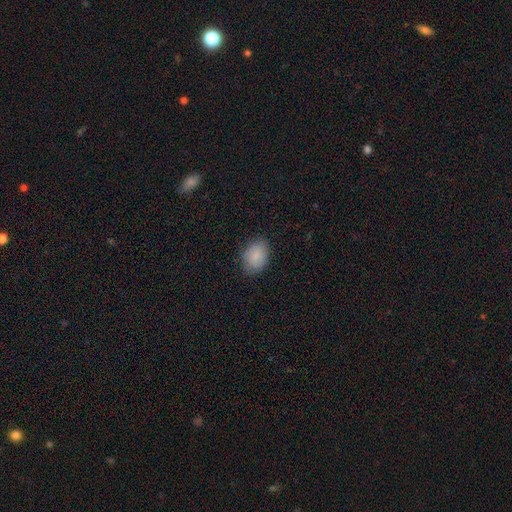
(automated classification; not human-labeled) smooth 86%, featured or disk 7%, star or artifact 7%. Down the decision tree: how rounded — in between (75%); merging — none (78%).